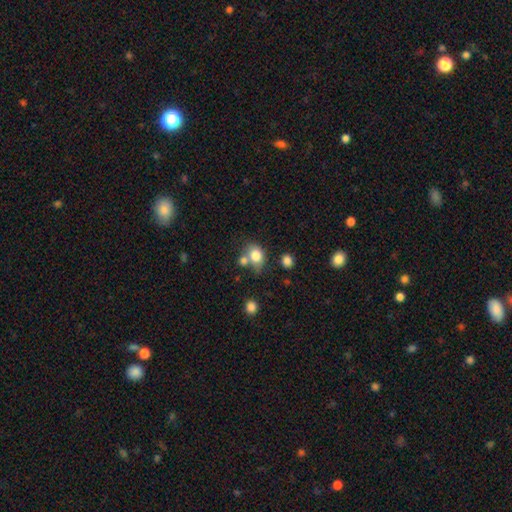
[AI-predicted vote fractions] This appears to be a smooth galaxy with no disk features (80%) that is round (51%). Merging: none (45%).